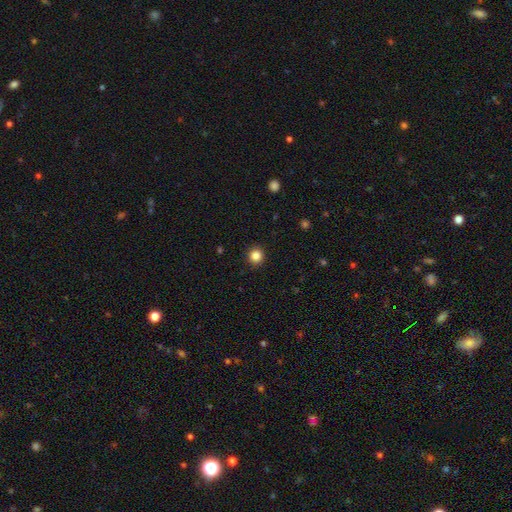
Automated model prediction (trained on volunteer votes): A smooth galaxy with no disk features (85%) that is round (93%).

Vote fractions:
- Smooth or featured? smooth: 85% / star or artifact: 11% / featured or disk: 4%
- How rounded? round: 93% / in between: 6% / cigar-shaped: 1%
- Merging? none: 92% / minor disturbance: 5% / major disturbance: 2% / merger: 1%